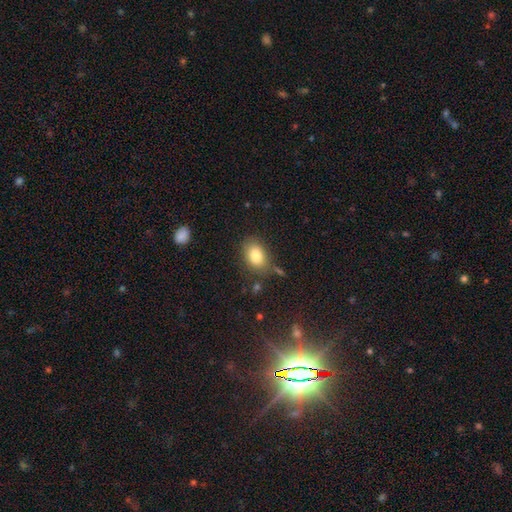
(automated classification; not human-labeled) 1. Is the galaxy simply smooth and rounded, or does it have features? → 83% smooth, 9% featured or disk, 8% star or artifact.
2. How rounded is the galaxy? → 81% in between, 18% round, 1% cigar-shaped.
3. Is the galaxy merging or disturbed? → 75% none, 16% minor disturbance, 5% major disturbance, 5% merger.